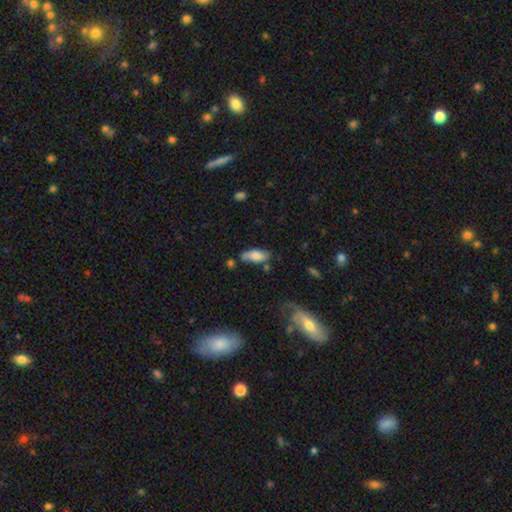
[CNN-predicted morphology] Q: Smooth or featured?
A: smooth (70%); runner-up: featured or disk (22%)
Q: How rounded?
A: in between (78%); runner-up: cigar-shaped (20%)
Q: Merging?
A: none (60%); runner-up: minor disturbance (26%)